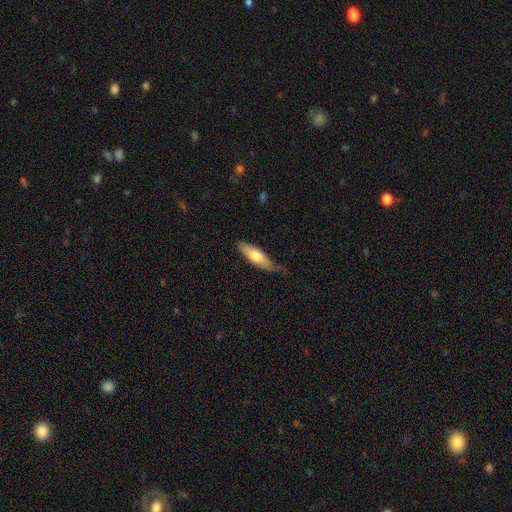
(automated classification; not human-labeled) Smooth or featured: smooth — 68% (featured or disk — 26%)
How rounded: cigar-shaped — 55% (in between — 43%)
Merging: none — 73% (minor disturbance — 22%)